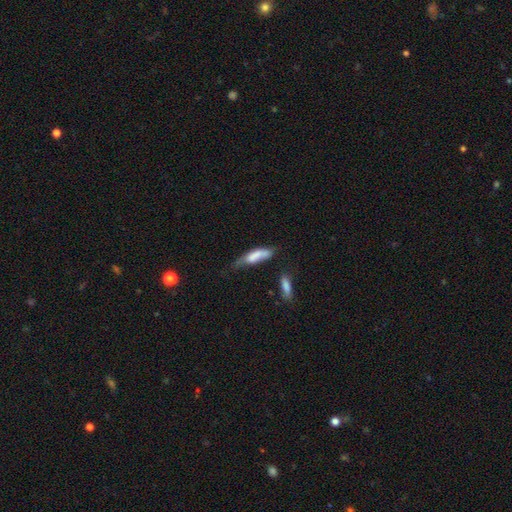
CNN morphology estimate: Q: Smooth or featured?
A: smooth (69%); runner-up: featured or disk (24%)
Q: How rounded?
A: cigar-shaped (57%); runner-up: in between (41%)
Q: Merging?
A: minor disturbance (33%); runner-up: none (29%)